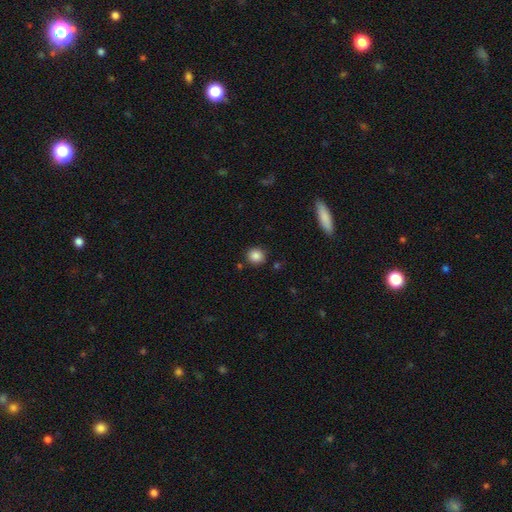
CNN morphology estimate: Smooth or featured?
  - smooth: 86% *
  - star or artifact: 10%
  - featured or disk: 4%
How rounded?
  - round: 88% *
  - in between: 11%
  - cigar-shaped: 1%
Merging?
  - none: 86% *
  - minor disturbance: 8%
  - merger: 3%
  - major disturbance: 2%